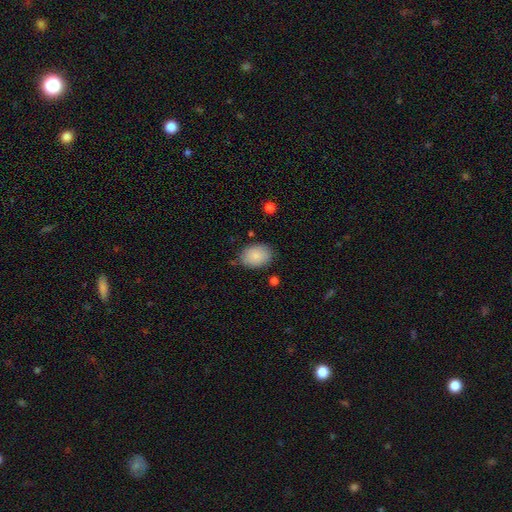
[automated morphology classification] A smooth galaxy with no disk features (85%) that is in between round and cigar-shaped (77%).

Vote fractions:
- Smooth or featured? smooth: 85% / featured or disk: 8% / star or artifact: 7%
- How rounded? in between: 77% / round: 22% / cigar-shaped: 1%
- Merging? none: 79% / minor disturbance: 15% / major disturbance: 3% / merger: 2%